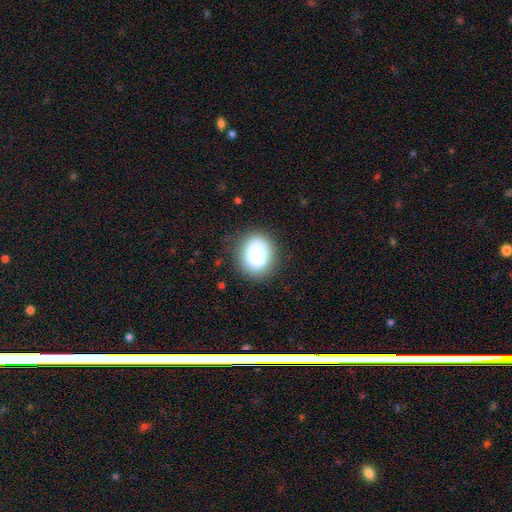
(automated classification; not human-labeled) This appears to be a smooth galaxy with no disk features (80%) that is round (55%). Merging: none (78%).